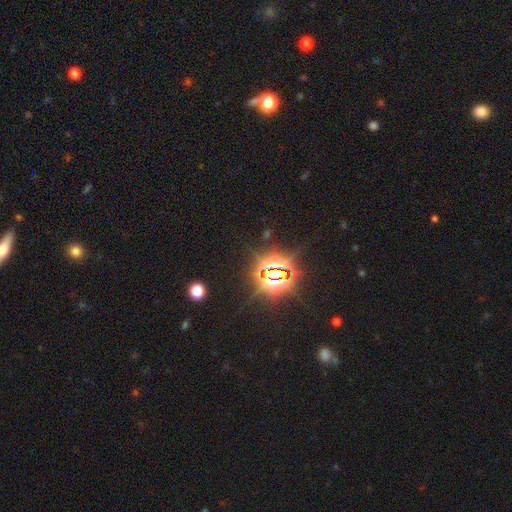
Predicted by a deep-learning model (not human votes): Smooth or featured: star or artifact — 82% (smooth — 11%)